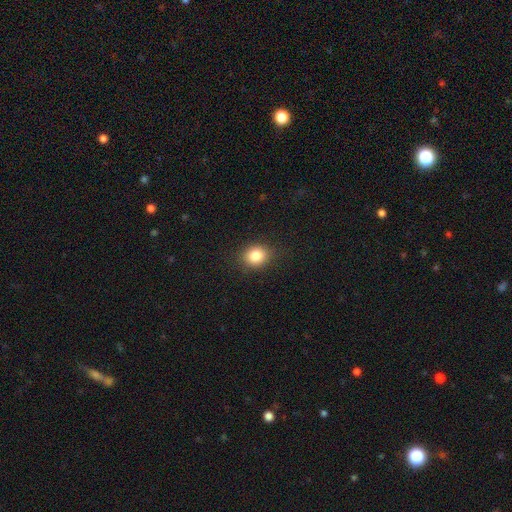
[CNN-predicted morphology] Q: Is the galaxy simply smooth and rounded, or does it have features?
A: smooth — 83%.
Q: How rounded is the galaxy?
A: round — 68%.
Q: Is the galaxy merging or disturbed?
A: none — 86%.